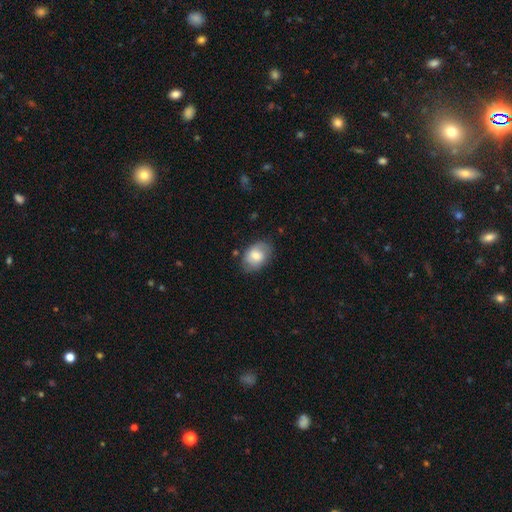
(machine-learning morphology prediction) The model was most divided on "smooth or featured": smooth: 66%, featured or disk: 27%, star or artifact: 7%. More confident: how rounded — in between (80%); merging — none (74%).